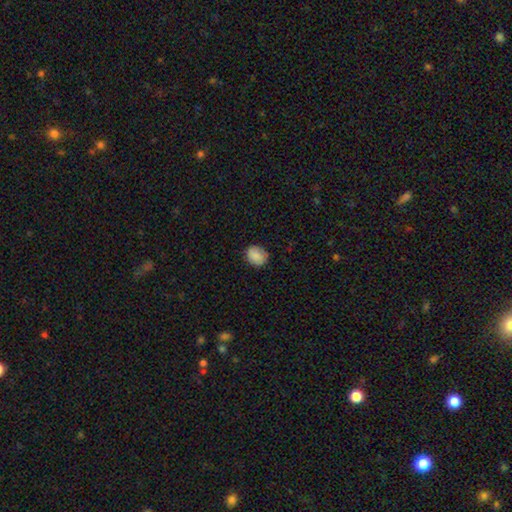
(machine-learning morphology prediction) smooth 87%, star or artifact 8%, featured or disk 5%. Down the decision tree: how rounded — round (57%); merging — none (83%).